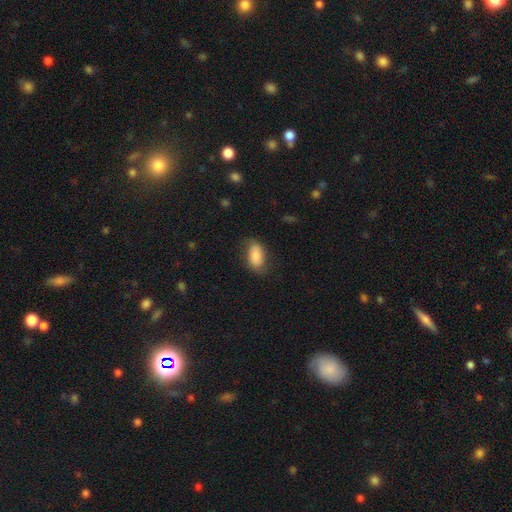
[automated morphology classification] Q: Smooth or featured?
A: smooth (81%); runner-up: featured or disk (12%)
Q: How rounded?
A: in between (92%); runner-up: round (4%)
Q: Merging?
A: none (68%); runner-up: minor disturbance (22%)